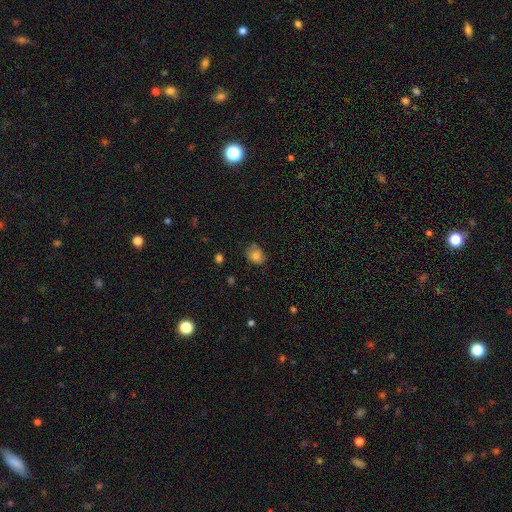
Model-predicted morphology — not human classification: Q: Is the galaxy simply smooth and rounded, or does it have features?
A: smooth — 78%.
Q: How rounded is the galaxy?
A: round — 56%.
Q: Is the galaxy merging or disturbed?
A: none — 66%.